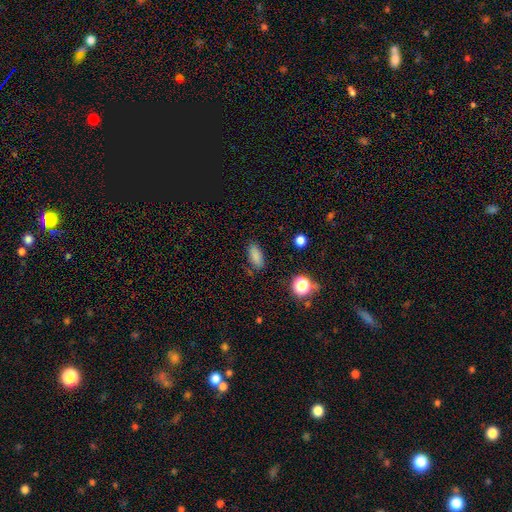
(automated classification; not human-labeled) Smooth or featured?
  - smooth: 82% *
  - star or artifact: 13%
  - featured or disk: 5%
How rounded?
  - in between: 81% *
  - cigar-shaped: 14%
  - round: 5%
Merging?
  - none: 84% *
  - minor disturbance: 11%
  - major disturbance: 3%
  - merger: 2%